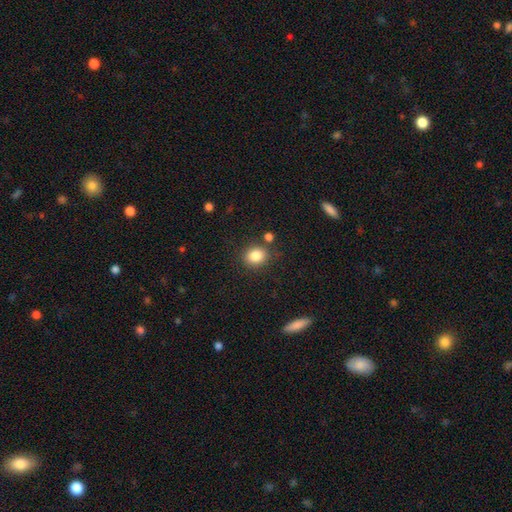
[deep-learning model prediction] Smooth or featured? Predicted: smooth (p=0.85). How rounded? Predicted: round (p=0.63). Merging? Predicted: none (p=0.80).